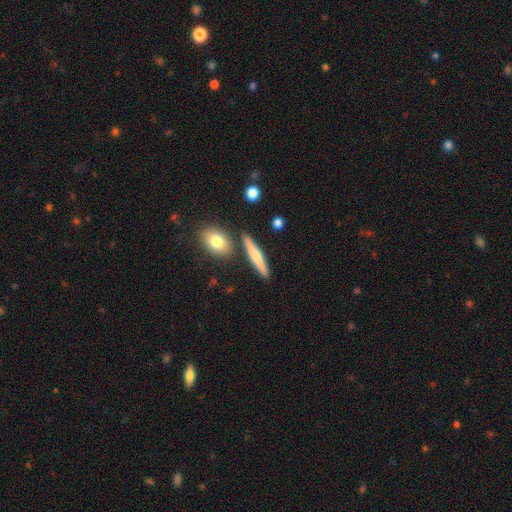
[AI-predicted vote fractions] Overall: smooth (62%; featured or disk 32%). How rounded: cigar-shaped (86%). Merging: none (84%).